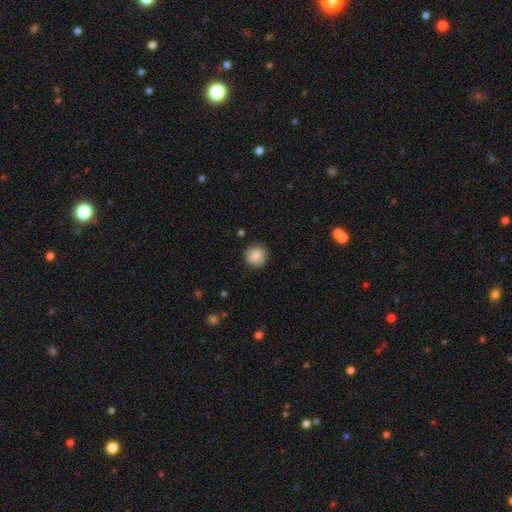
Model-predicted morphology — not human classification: This is clearly a smooth galaxy (83%). How rounded: clearly round (92%). Merging: clearly none (87%).